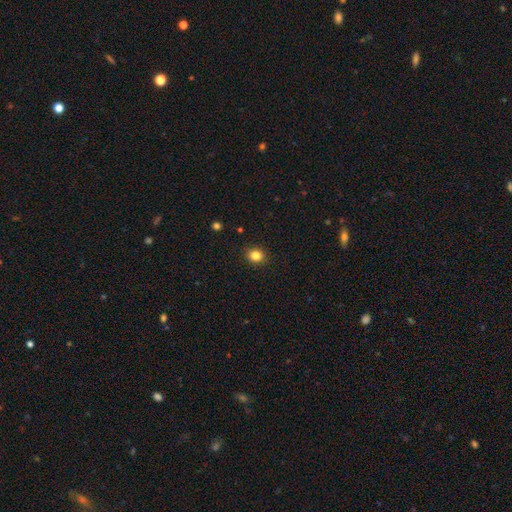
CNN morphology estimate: A smooth galaxy with no disk features (84%) that is round (74%).

Vote fractions:
- Smooth or featured? smooth: 84% / star or artifact: 12% / featured or disk: 5%
- How rounded? round: 74% / in between: 25% / cigar-shaped: 1%
- Merging? none: 90% / minor disturbance: 7% / major disturbance: 2% / merger: 1%